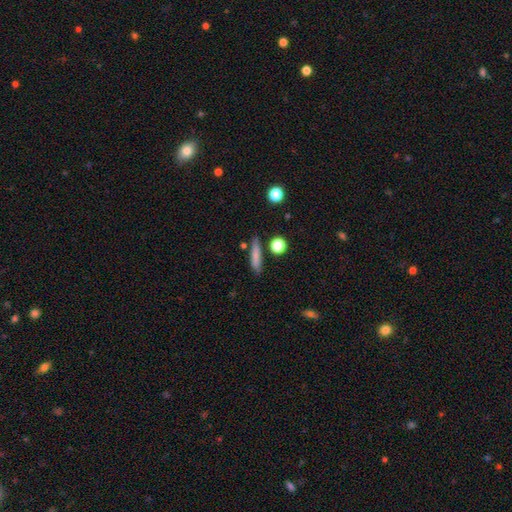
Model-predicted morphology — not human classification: Overall: smooth (76%). How rounded: cigar-shaped (76%). Merging: none (78%).